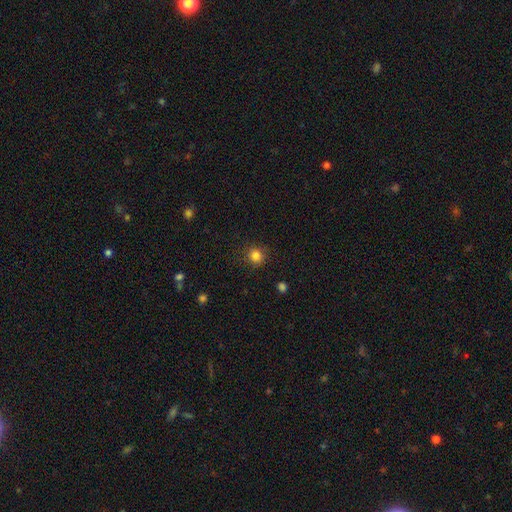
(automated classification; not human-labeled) Smooth or featured? smooth (83%)
How rounded? round (93%)
Merging? none (89%)